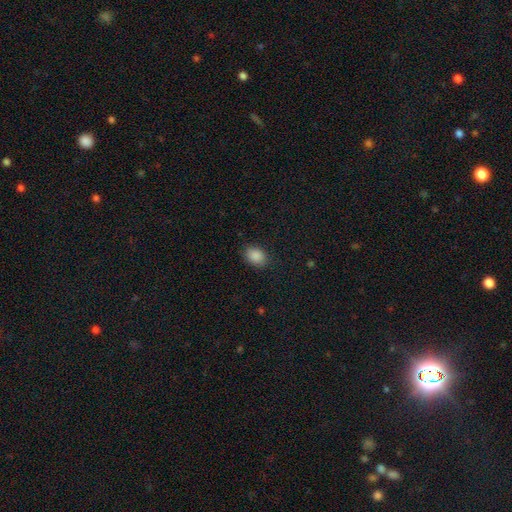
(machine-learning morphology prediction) smooth-or-featured: smooth: 88% | star or artifact: 9% | featured or disk: 3%
  how-rounded: in between: 71% | round: 28% | cigar-shaped: 1%
  merging: none: 86% | minor disturbance: 11% | major disturbance: 3% | merger: 1%